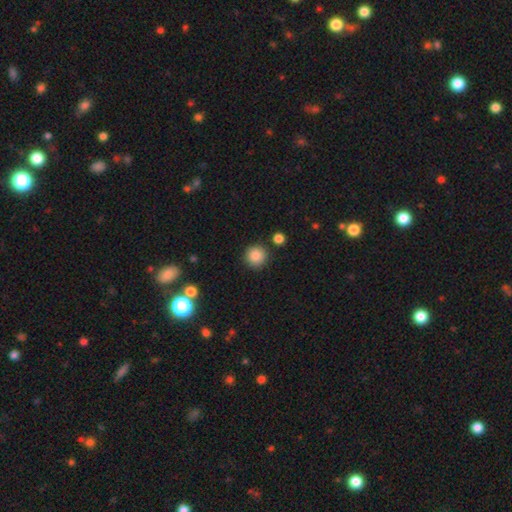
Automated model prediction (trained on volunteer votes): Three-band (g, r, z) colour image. It shows a smooth galaxy with no disk features (86%) that is round (94%). Merging: none (87%).